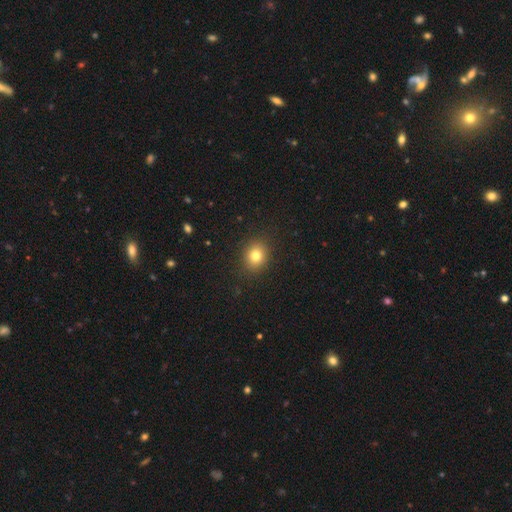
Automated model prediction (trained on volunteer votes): smooth 79%, star or artifact 12%, featured or disk 8%. Down the decision tree: how rounded — round (67%); merging — none (89%).